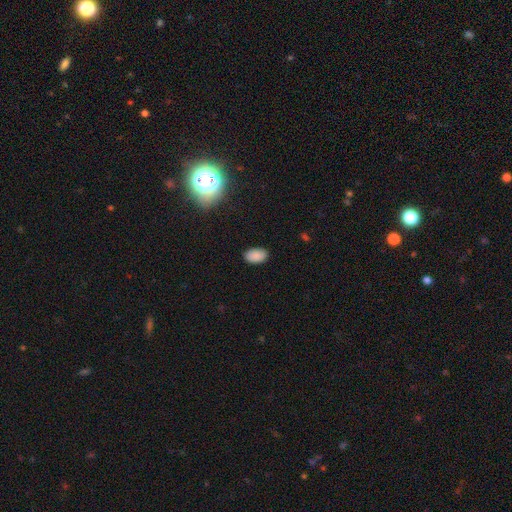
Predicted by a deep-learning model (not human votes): Smooth or featured?
  - smooth: 87% *
  - star or artifact: 9%
  - featured or disk: 4%
How rounded?
  - in between: 92% *
  - round: 6%
  - cigar-shaped: 1%
Merging?
  - none: 86% *
  - minor disturbance: 10%
  - major disturbance: 2%
  - merger: 1%